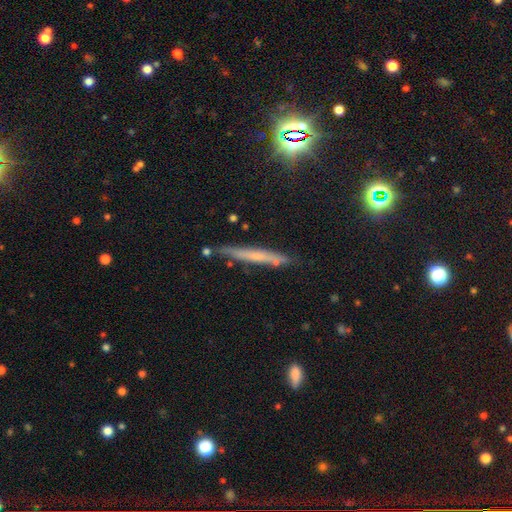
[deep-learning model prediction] Q: Smooth or featured?
A: featured or disk (45%); runner-up: smooth (44%)
Q: Merging?
A: none (80%); runner-up: minor disturbance (14%)